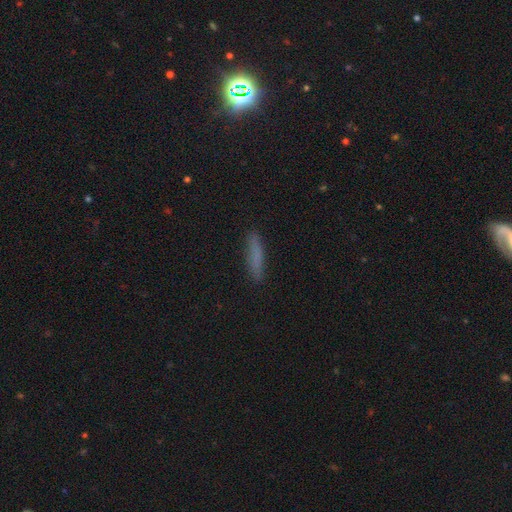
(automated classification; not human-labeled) Smooth or featured: smooth — 77% (featured or disk — 14%)
How rounded: cigar-shaped — 89% (in between — 10%)
Merging: none — 88% (minor disturbance — 9%)